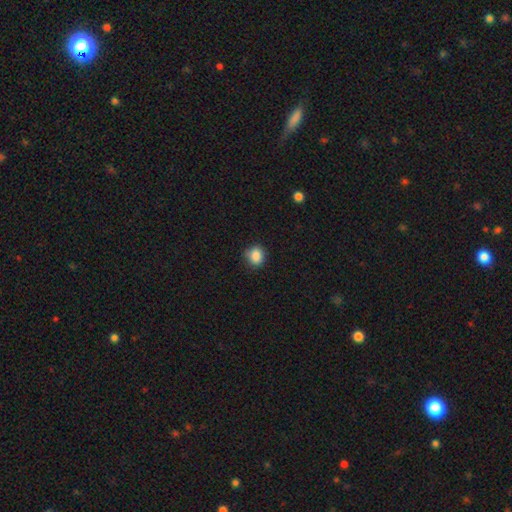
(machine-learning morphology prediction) Smooth or featured? Predicted: smooth (p=0.86). How rounded? Predicted: round (p=0.67). Merging? Predicted: none (p=0.76).